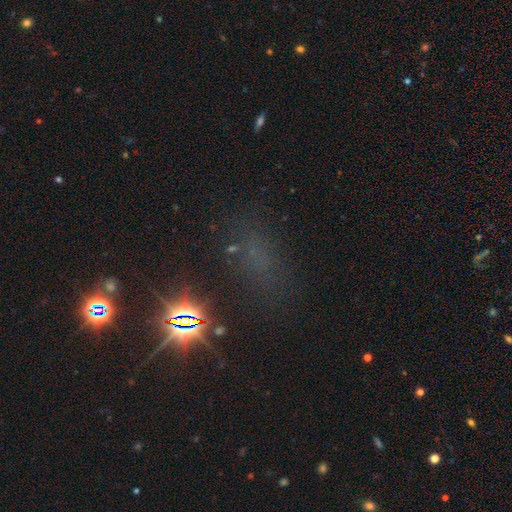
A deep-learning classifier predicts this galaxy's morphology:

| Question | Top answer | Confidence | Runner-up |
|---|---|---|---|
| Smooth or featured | star or artifact | 53% | smooth (35%) |